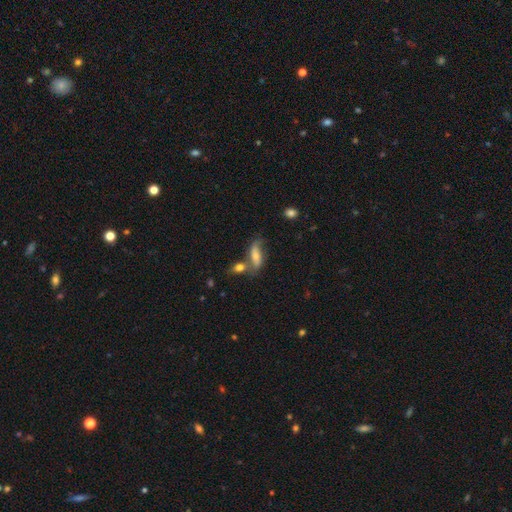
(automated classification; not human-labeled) A smooth galaxy with no disk features (57%) that is in between round and cigar-shaped (65%). Merging: none (46%).